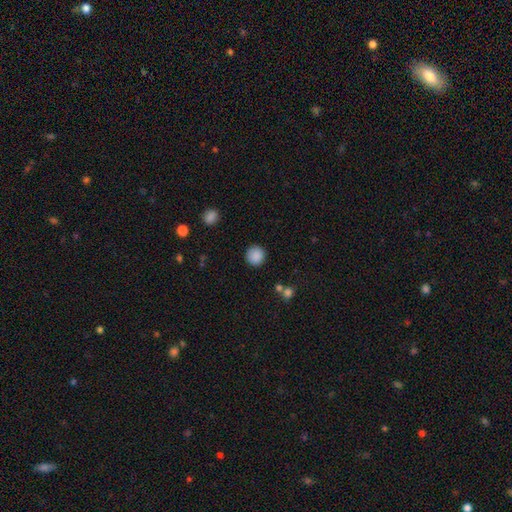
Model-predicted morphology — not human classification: A smooth galaxy with no disk features (88%) that is round (93%). Merging: none (89%).